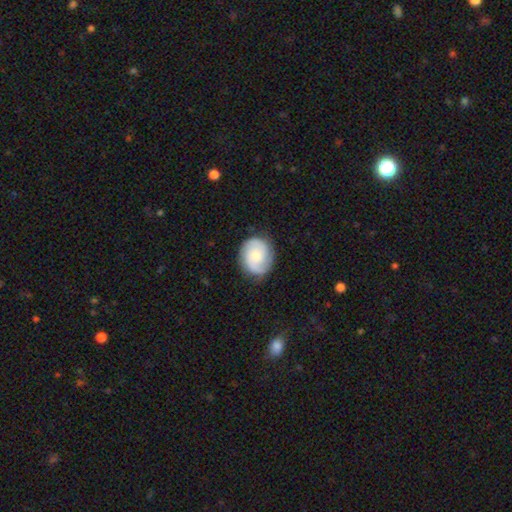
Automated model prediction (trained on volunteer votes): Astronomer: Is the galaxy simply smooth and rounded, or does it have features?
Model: featured or disk — 61%.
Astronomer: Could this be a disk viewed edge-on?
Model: no — 98%.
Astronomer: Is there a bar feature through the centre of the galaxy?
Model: no — 68%.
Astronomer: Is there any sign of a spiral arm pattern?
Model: yes — 93%.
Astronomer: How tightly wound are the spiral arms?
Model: medium — 44% (runner-up: tight, 39%).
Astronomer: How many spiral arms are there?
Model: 2 — 79%.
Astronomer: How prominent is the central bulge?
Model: small — 50% (runner-up: moderate, 37%).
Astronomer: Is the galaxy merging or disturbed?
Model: none — 82%.